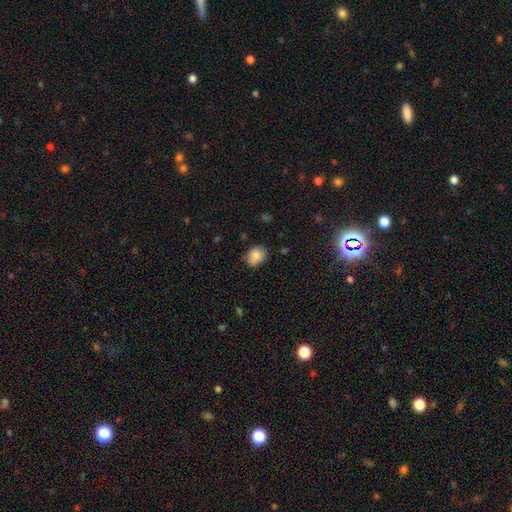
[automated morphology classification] type=smooth (81%); roundness=in between (63%); merging=none (73%).